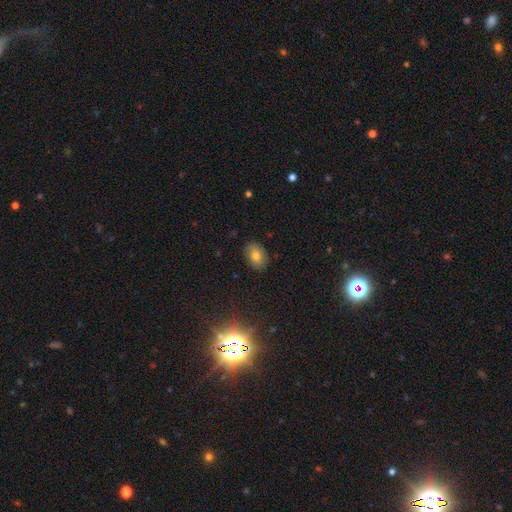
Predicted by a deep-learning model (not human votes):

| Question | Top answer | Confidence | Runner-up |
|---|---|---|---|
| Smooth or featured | smooth | 77% | featured or disk (12%) |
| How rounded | in between | 79% | round (20%) |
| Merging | none | 83% | minor disturbance (13%) |